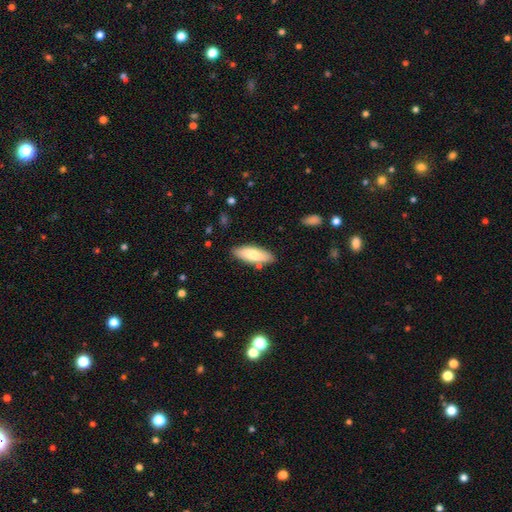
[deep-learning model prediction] A smooth galaxy with no disk features (72%) that is in between round and cigar-shaped (66%). Merging: none (82%).